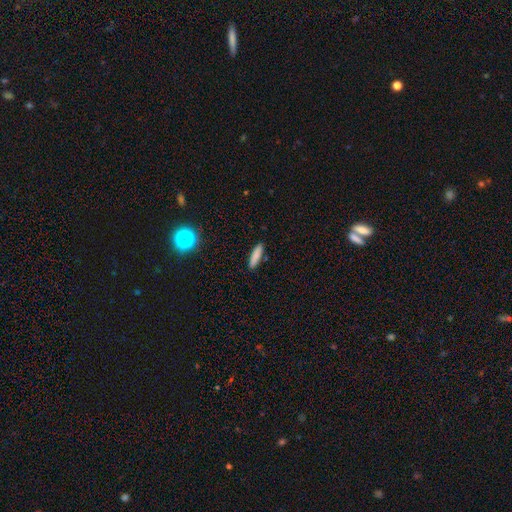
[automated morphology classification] smooth 84%, featured or disk 8%, star or artifact 8%. Down the decision tree: how rounded — cigar-shaped (75%); merging — none (88%).